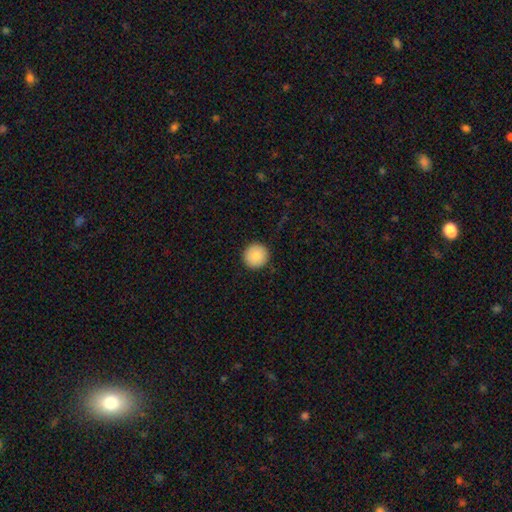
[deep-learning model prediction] smooth-or-featured: smooth: 85% | star or artifact: 8% | featured or disk: 7%
  how-rounded: round: 96% | in between: 3% | cigar-shaped: 1%
  merging: none: 92% | minor disturbance: 5% | major disturbance: 2% | merger: 1%